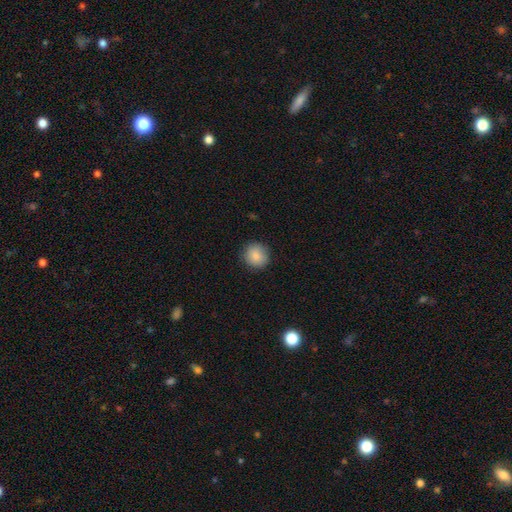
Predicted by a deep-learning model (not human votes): Morphology: type=smooth (87%); roundness=round (91%); merging=none (88%).